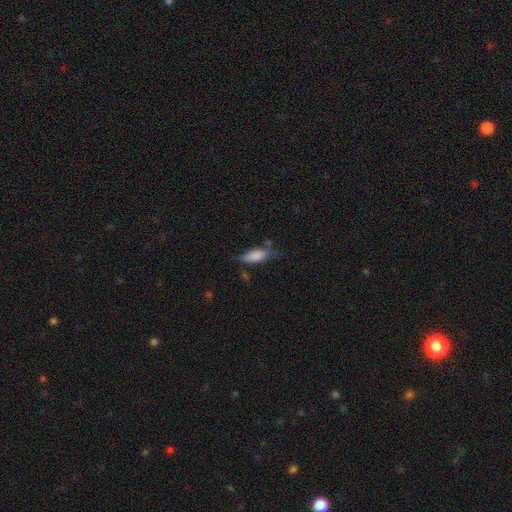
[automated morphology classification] Smooth or featured? Predicted: smooth (p=0.79). How rounded? Predicted: in between (p=0.63). Merging? Predicted: none (p=0.56).